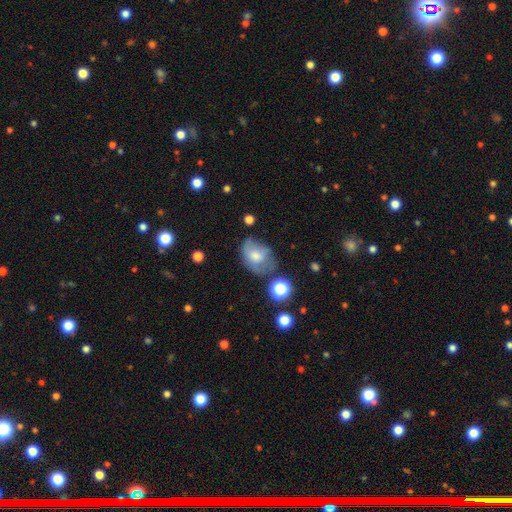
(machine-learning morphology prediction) This is likely a smooth galaxy (60%). How rounded: likely in between (66%). Merging: marginally none (36%).